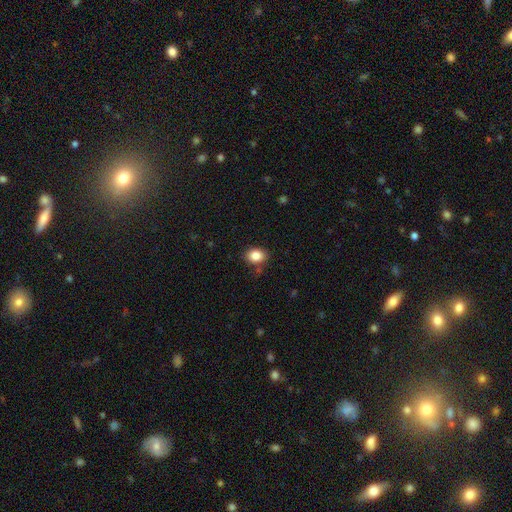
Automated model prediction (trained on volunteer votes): Smooth or featured? smooth (86%)
How rounded? in between (63%)
Merging? none (81%)